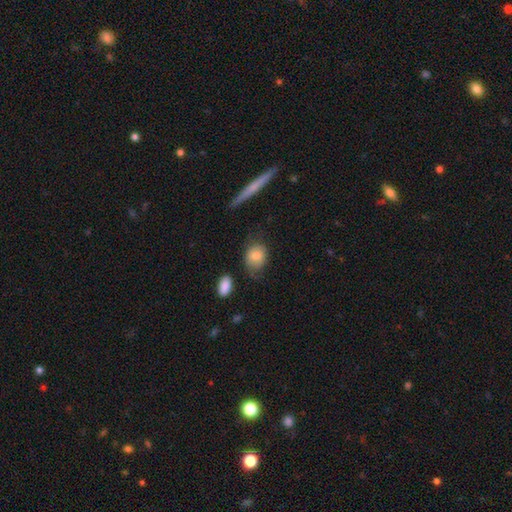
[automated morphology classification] Smooth or featured? smooth (79%)
How rounded? in between (56%)
Merging? none (52%)